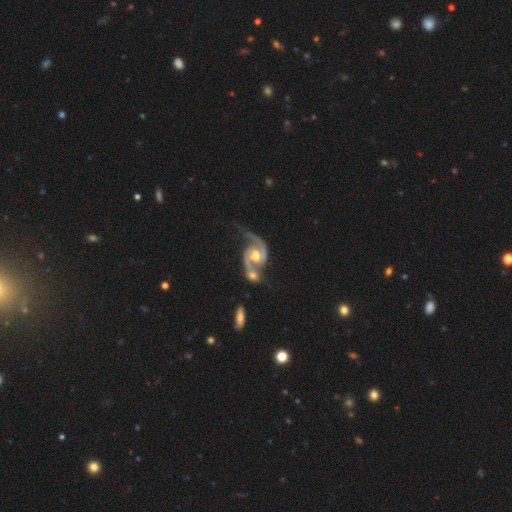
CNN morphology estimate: A featured or disk galaxy (91%) with no bar (45%), 2 (92%) medium (55%) spiral arms (98%) and a moderate central bulge (67%). Merging: merger (40%).